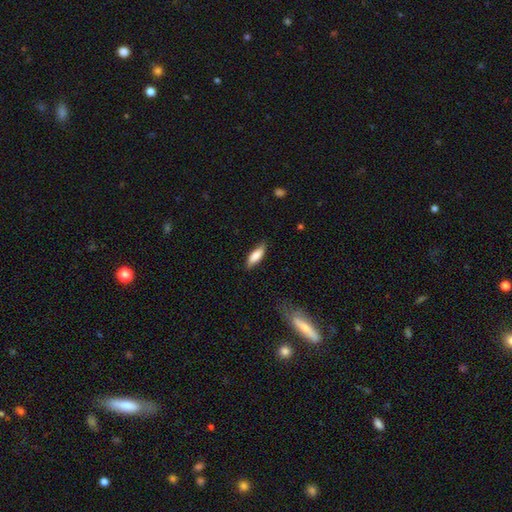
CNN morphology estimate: Overall: smooth (81%). How rounded: in between (59%; cigar-shaped 40%). Merging: none (79%).